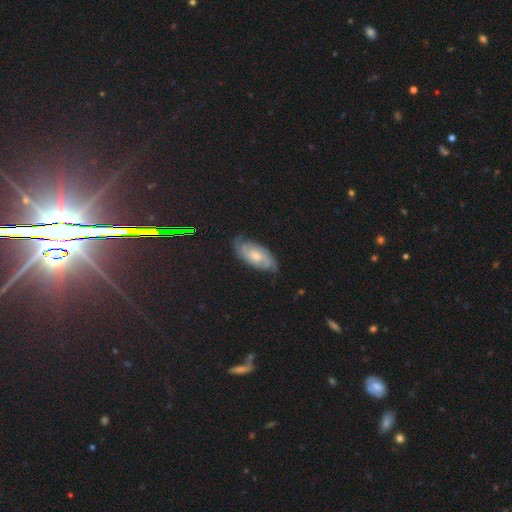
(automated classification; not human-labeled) Q: Smooth or featured?
A: featured or disk (77%); runner-up: smooth (14%)
Q: Edge-on disk?
A: no (95%); runner-up: yes (5%)
Q: Bar?
A: no (62%); runner-up: weak (33%)
Q: Spiral arms?
A: yes (96%); runner-up: no (4%)
Q: Spiral winding?
A: tight (57%); runner-up: medium (34%)
Q: Spiral arm count?
A: 2 (67%); runner-up: can't tell (16%)
Q: Bulge size?
A: moderate (53%); runner-up: small (35%)
Q: Merging?
A: none (78%); runner-up: minor disturbance (17%)